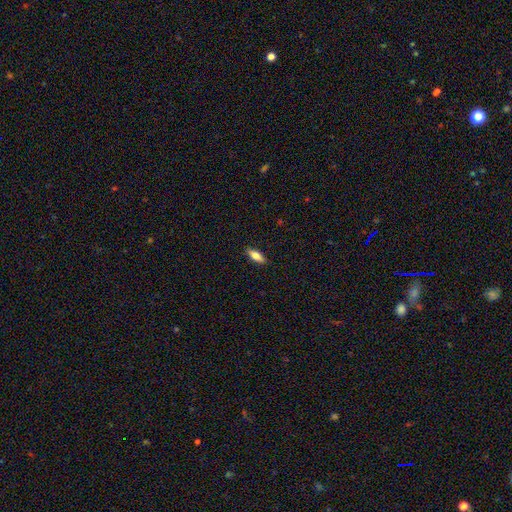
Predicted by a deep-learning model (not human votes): Smooth or featured: smooth — 70% (featured or disk — 23%)
How rounded: in between — 66% (cigar-shaped — 32%)
Merging: none — 89% (minor disturbance — 8%)